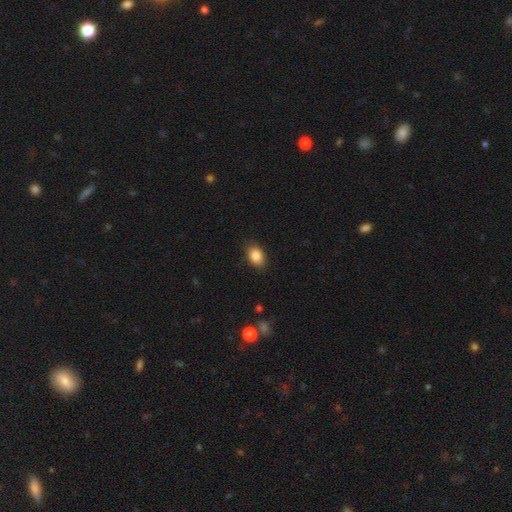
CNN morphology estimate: Overall: smooth (87%). How rounded: in between (82%). Merging: none (85%).